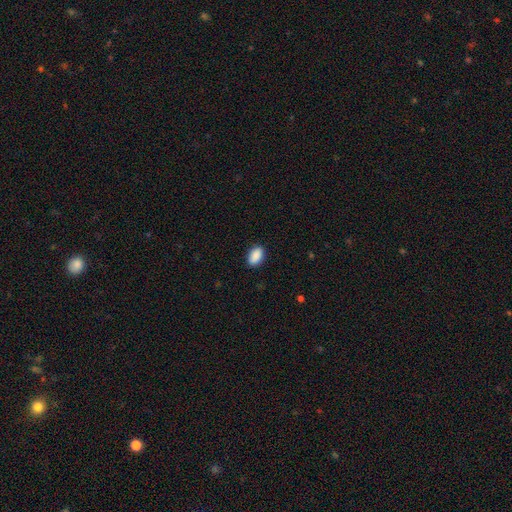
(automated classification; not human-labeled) smooth-or-featured: smooth: 90% | star or artifact: 7% | featured or disk: 3%
  how-rounded: in between: 93% | round: 5% | cigar-shaped: 2%
  merging: none: 88% | minor disturbance: 9% | major disturbance: 2% | merger: 1%